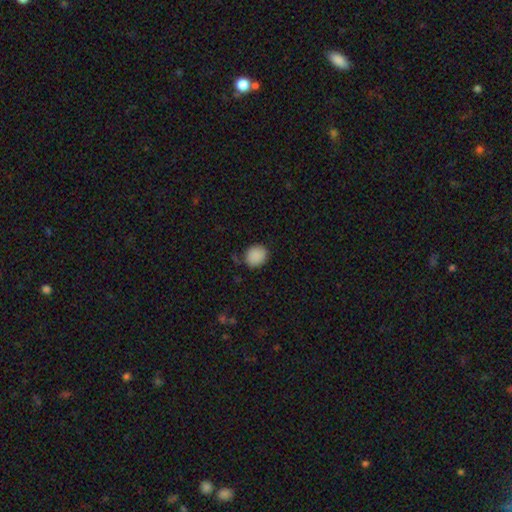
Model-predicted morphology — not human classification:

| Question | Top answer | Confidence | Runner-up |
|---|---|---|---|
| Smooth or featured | smooth | 88% | star or artifact (8%) |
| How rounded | round | 73% | in between (26%) |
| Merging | none | 79% | minor disturbance (16%) |